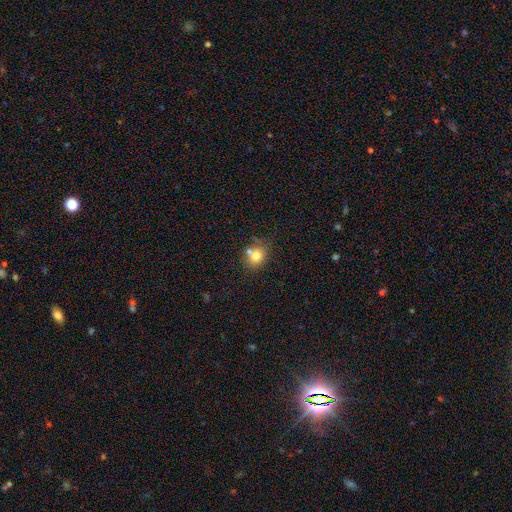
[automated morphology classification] smooth-or-featured: smooth: 76% | featured or disk: 12% | star or artifact: 12%
  how-rounded: round: 65% | in between: 34% | cigar-shaped: 1%
  merging: none: 61% | merger: 23% | minor disturbance: 12% | major disturbance: 4%